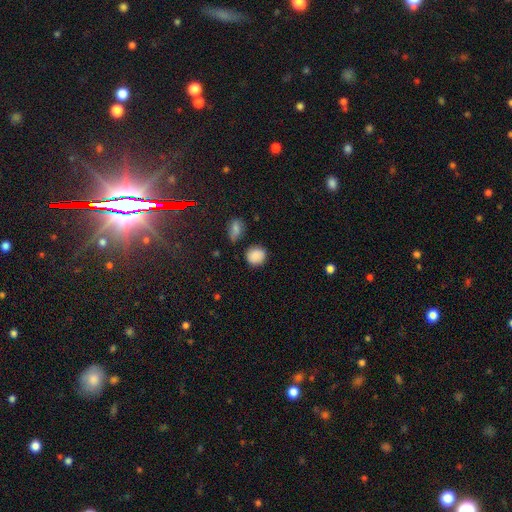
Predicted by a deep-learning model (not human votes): A smooth galaxy with no disk features (87%) that is round (80%). Merging: none (78%).